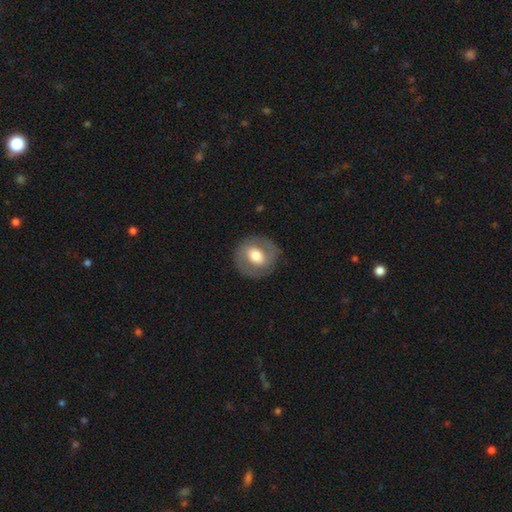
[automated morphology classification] A smooth galaxy with no disk features (47%). Merging: none (84%).